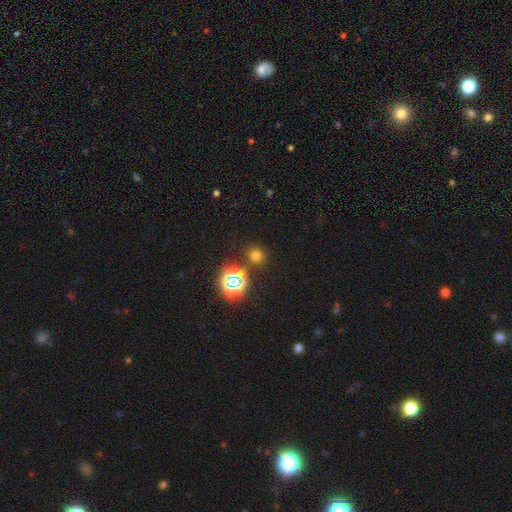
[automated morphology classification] smooth-or-featured: smooth: 66% | star or artifact: 28% | featured or disk: 6%
  how-rounded: round: 82% | in between: 17% | cigar-shaped: 1%
  merging: none: 84% | minor disturbance: 8% | merger: 5% | major disturbance: 3%